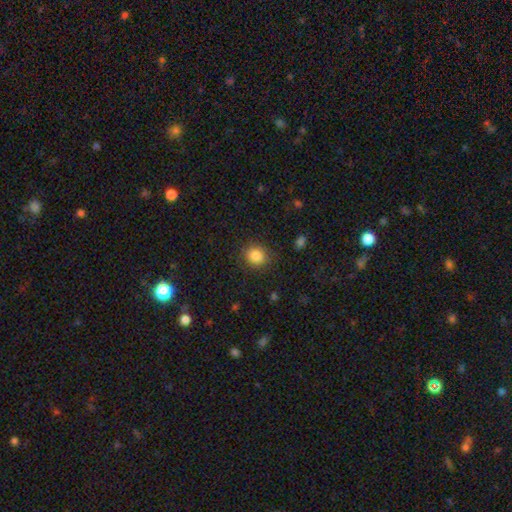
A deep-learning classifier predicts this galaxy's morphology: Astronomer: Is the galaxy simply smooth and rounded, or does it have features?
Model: smooth — 85%.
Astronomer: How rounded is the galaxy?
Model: round — 78%.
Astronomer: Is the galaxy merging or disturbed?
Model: none — 85%.